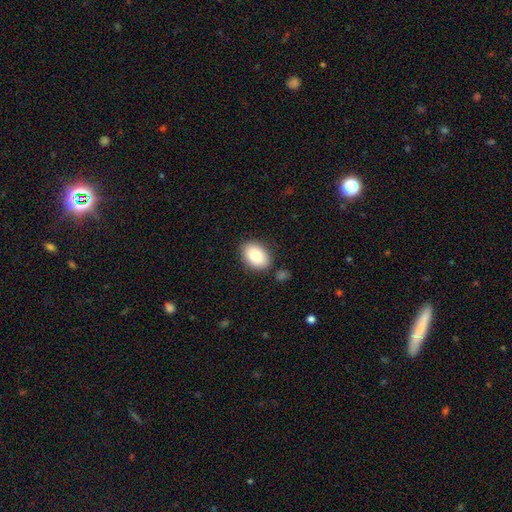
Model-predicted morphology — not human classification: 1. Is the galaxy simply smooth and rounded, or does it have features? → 86% smooth, 7% featured or disk, 7% star or artifact.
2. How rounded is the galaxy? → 87% in between, 12% round, 1% cigar-shaped.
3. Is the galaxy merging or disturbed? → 83% none, 11% minor disturbance, 3% merger, 3% major disturbance.